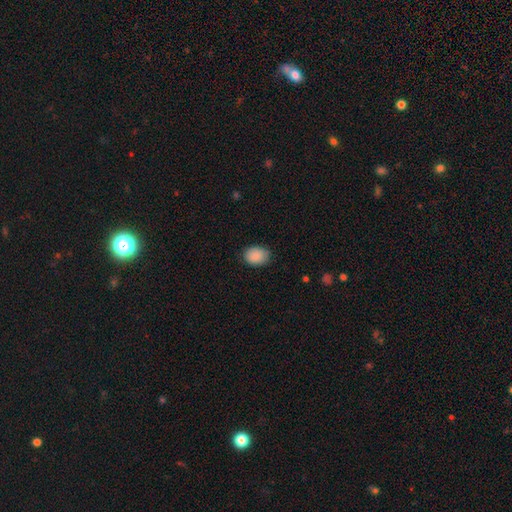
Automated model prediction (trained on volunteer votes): Smooth or featured?
  - smooth: 90% *
  - star or artifact: 7%
  - featured or disk: 3%
How rounded?
  - in between: 69% *
  - round: 30%
  - cigar-shaped: 1%
Merging?
  - none: 82% *
  - minor disturbance: 15%
  - major disturbance: 3%
  - merger: 1%